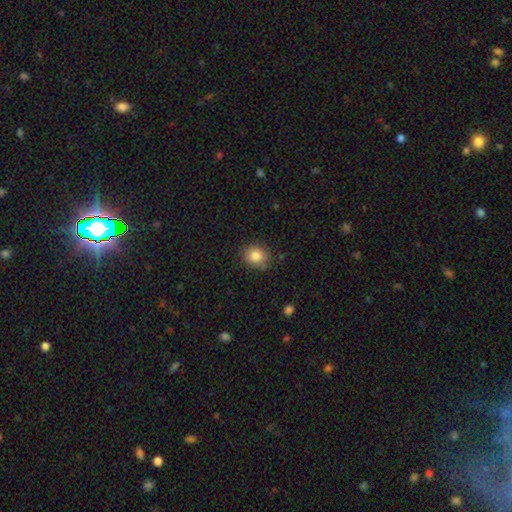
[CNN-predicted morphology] Smooth or featured?
  - smooth: 84% *
  - star or artifact: 10%
  - featured or disk: 6%
How rounded?
  - round: 68% *
  - in between: 31%
  - cigar-shaped: 1%
Merging?
  - none: 82% *
  - minor disturbance: 13%
  - major disturbance: 3%
  - merger: 2%